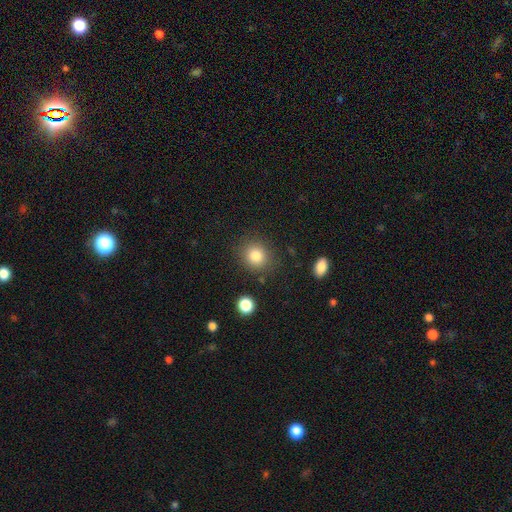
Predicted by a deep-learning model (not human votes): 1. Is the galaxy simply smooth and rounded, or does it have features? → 82% smooth, 11% star or artifact, 7% featured or disk.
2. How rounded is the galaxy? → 82% round, 17% in between, 1% cigar-shaped.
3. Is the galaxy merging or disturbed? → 84% none, 9% minor disturbance, 4% major disturbance, 3% merger.